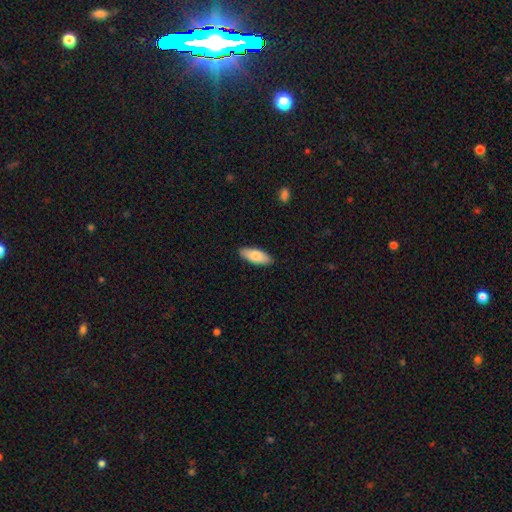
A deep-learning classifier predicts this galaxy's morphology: This appears to be a smooth galaxy with no disk features (81%) that is in between round and cigar-shaped (79%). Merging: none (88%).